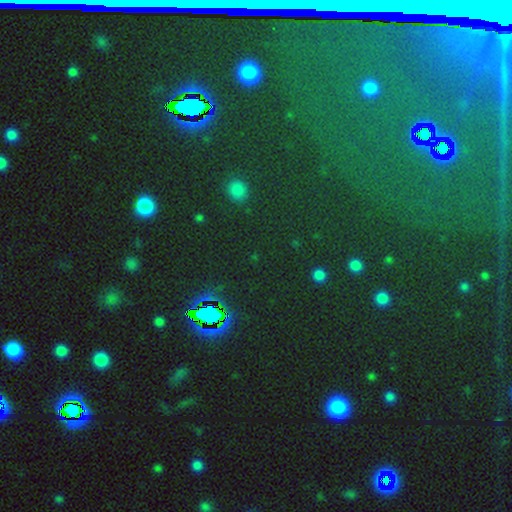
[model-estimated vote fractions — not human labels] Q: Smooth or featured?
A: star or artifact (72%); runner-up: smooth (19%)